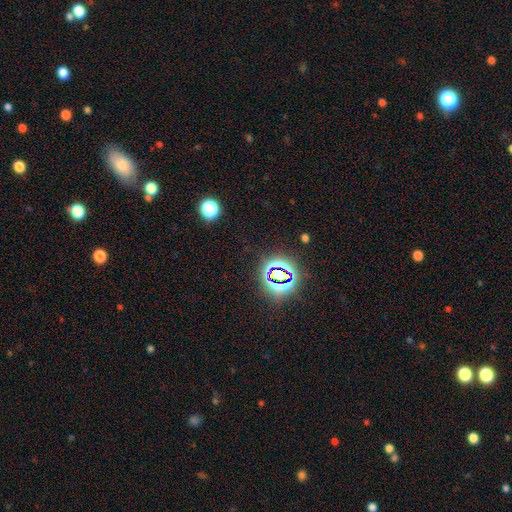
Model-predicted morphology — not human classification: A star or artifact, not a galaxy (80%).